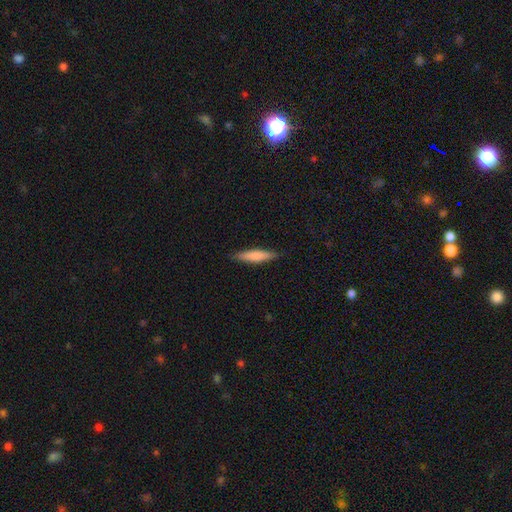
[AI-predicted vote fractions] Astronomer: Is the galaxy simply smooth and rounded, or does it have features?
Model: smooth — 73%.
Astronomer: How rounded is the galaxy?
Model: cigar-shaped — 85%.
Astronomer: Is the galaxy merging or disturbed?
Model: none — 88%.